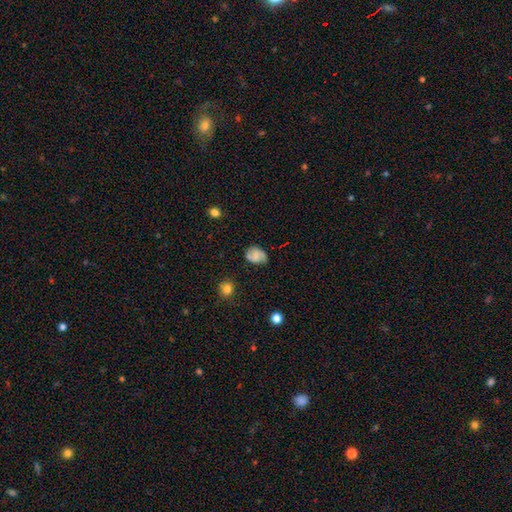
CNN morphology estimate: Smooth or featured?
  - smooth: 51% *
  - featured or disk: 39%
  - star or artifact: 10%
How rounded?
  - in between: 66% *
  - round: 32%
  - cigar-shaped: 1%
Merging?
  - none: 65% *
  - minor disturbance: 24%
  - major disturbance: 8%
  - merger: 3%